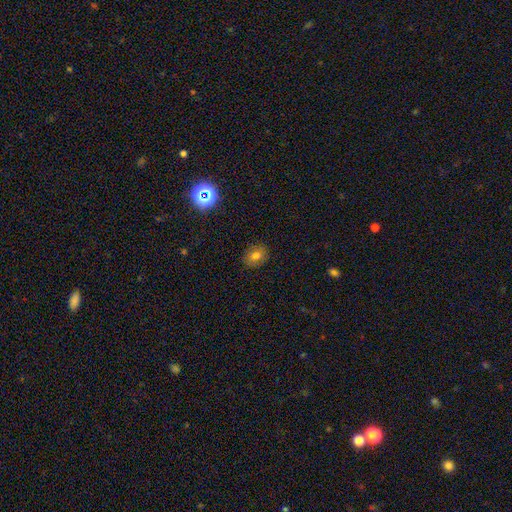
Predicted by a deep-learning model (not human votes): Smooth or featured? Predicted: smooth (p=0.73). How rounded? Predicted: round (p=0.51). Merging? Predicted: none (p=0.85).